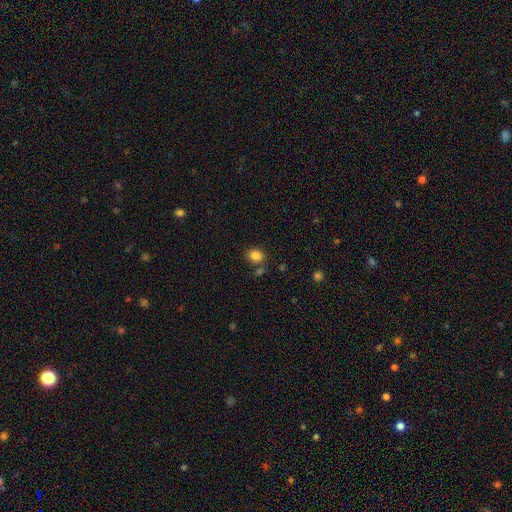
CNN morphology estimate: smooth_or_featured: smooth (p=0.84) [alt: star or artifact p=0.11]
how_rounded: round (p=0.59) [alt: in between p=0.40]
merging: none (p=0.73) [alt: minor disturbance p=0.12]